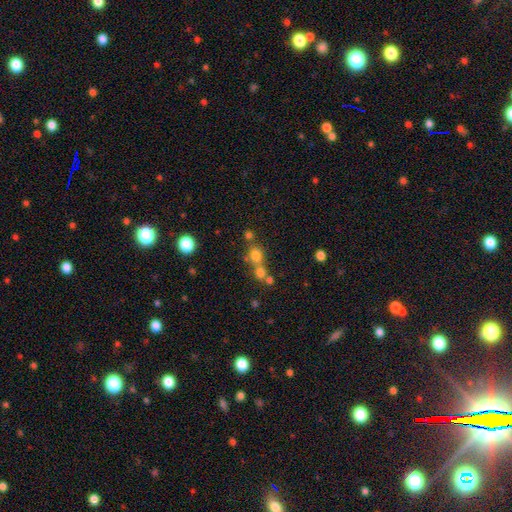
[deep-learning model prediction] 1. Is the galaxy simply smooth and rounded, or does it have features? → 72% smooth, 18% star or artifact, 11% featured or disk.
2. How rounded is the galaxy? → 78% round, 20% in between, 2% cigar-shaped.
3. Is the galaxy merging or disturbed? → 44% none (tied), 44% merger (tied), 7% minor disturbance, 4% major disturbance.